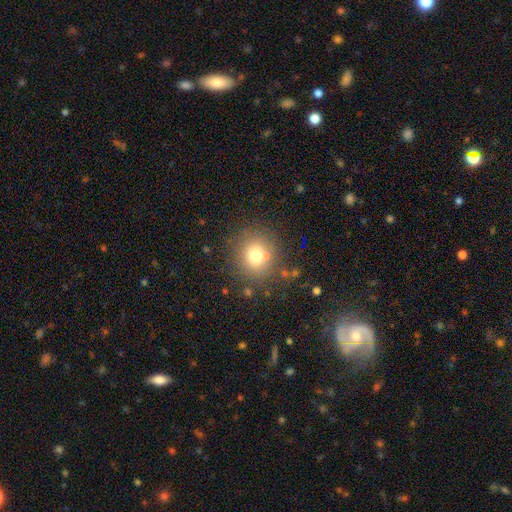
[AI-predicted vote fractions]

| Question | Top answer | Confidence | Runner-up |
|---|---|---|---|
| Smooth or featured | smooth | 72% | star or artifact (15%) |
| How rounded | round | 88% | in between (11%) |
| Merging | none | 77% | minor disturbance (10%) |